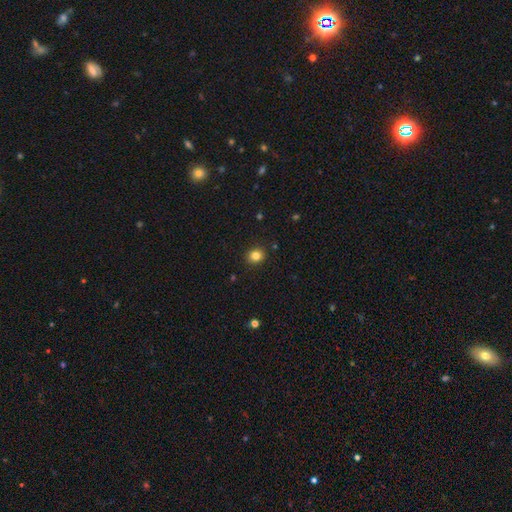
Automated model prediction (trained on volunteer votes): smooth 83%, star or artifact 12%, featured or disk 5%. Down the decision tree: how rounded — round (75%); merging — none (90%).